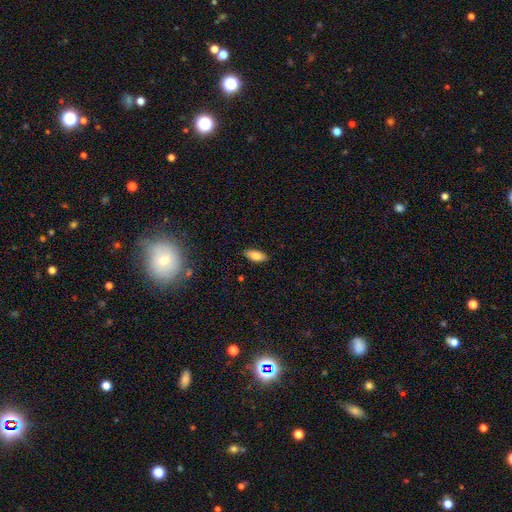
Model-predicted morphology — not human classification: smooth-or-featured: smooth: 83% | featured or disk: 10% | star or artifact: 7%
  how-rounded: in between: 84% | cigar-shaped: 13% | round: 2%
  merging: none: 86% | minor disturbance: 11% | major disturbance: 2% | merger: 1%